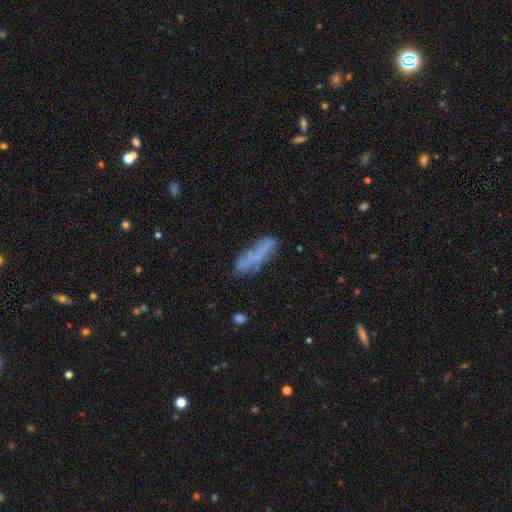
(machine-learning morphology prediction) Smooth or featured? smooth (60%)
How rounded? cigar-shaped (70%)
Merging? none (65%)